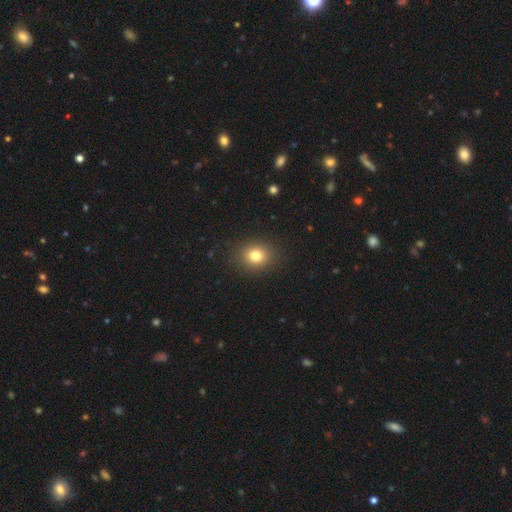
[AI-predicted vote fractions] Q: Smooth or featured?
A: smooth (79%); runner-up: star or artifact (13%)
Q: How rounded?
A: round (67%); runner-up: in between (32%)
Q: Merging?
A: none (89%); runner-up: minor disturbance (7%)